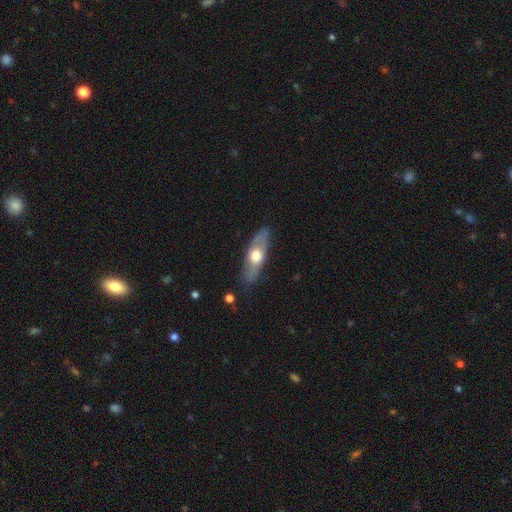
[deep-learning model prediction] Smooth or featured? featured or disk (49%)
Merging? none (80%)